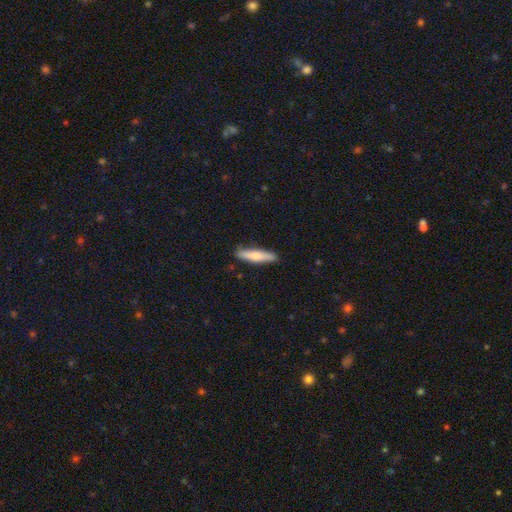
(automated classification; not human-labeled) smooth 69%, featured or disk 26%, star or artifact 5%. Down the decision tree: how rounded — cigar-shaped (84%); merging — none (88%).